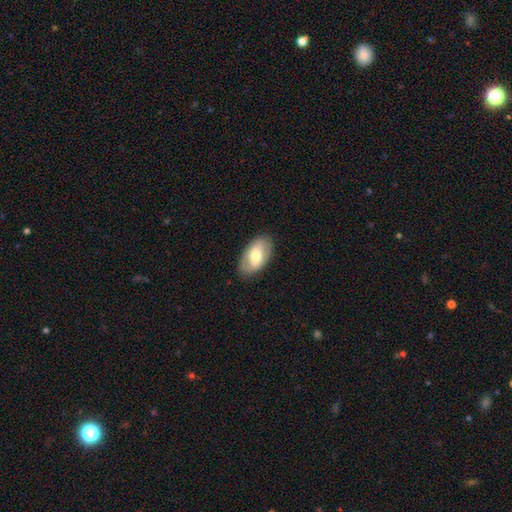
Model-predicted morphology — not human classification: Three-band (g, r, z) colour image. It shows a smooth galaxy with no disk features (52%) that is in between round and cigar-shaped (93%). Merging: none (83%).